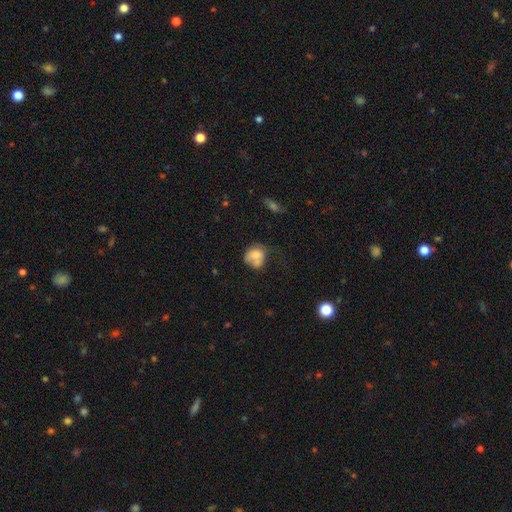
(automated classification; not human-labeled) This is likely a smooth galaxy (69%). How rounded: possibly round (59%). Merging: marginally merger (31%).